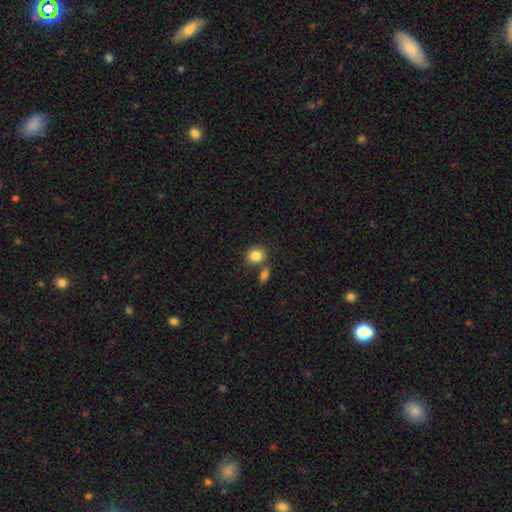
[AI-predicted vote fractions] Morphology: type=smooth (86%); roundness=round (71%); merging=none (65%).